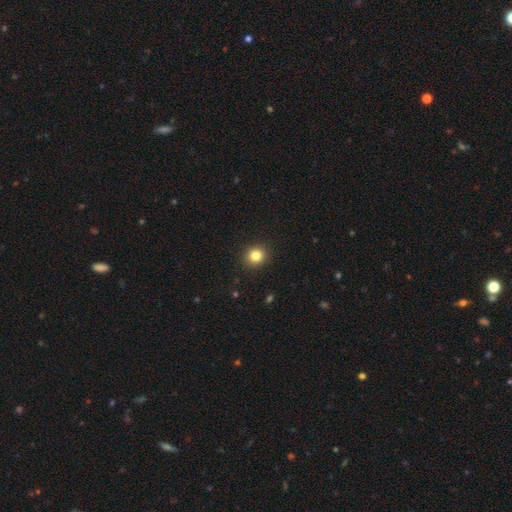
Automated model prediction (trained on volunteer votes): This appears to be a smooth galaxy with no disk features (83%) that is round (88%). Merging: none (92%).